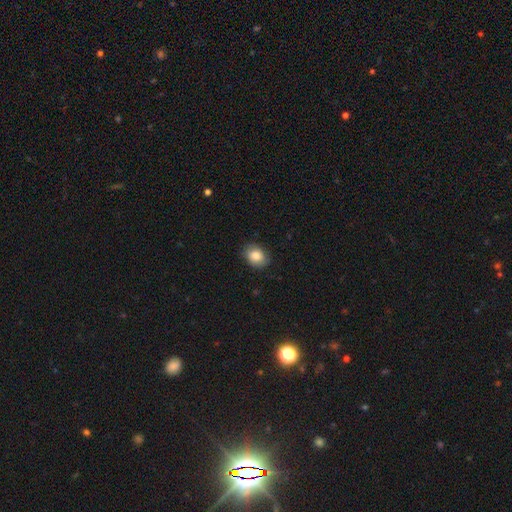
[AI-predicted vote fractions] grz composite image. It shows a smooth galaxy with no disk features (84%) that is in between round and cigar-shaped (64%). Merging: none (82%).